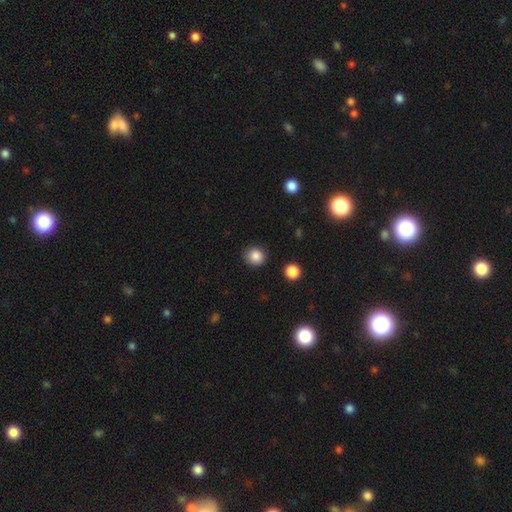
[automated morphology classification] smooth-or-featured: smooth: 86% | star or artifact: 10% | featured or disk: 4%
  how-rounded: round: 84% | in between: 15% | cigar-shaped: 1%
  merging: none: 88% | minor disturbance: 8% | major disturbance: 2% | merger: 2%